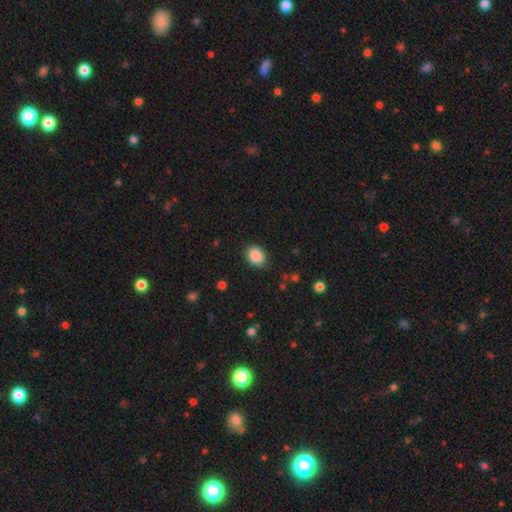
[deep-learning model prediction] Q: Smooth or featured?
A: smooth (89%); runner-up: star or artifact (8%)
Q: How rounded?
A: in between (61%); runner-up: round (39%)
Q: Merging?
A: none (86%); runner-up: minor disturbance (10%)